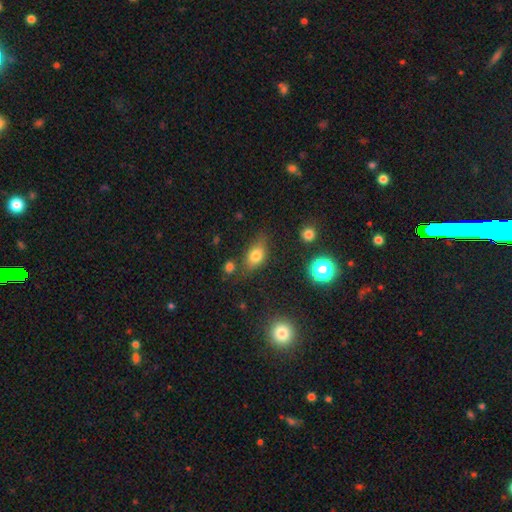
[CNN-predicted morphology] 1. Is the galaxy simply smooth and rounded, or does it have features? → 75% smooth, 13% featured or disk, 12% star or artifact.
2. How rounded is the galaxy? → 76% in between, 18% round, 5% cigar-shaped.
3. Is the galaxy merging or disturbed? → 69% none, 19% minor disturbance, 6% major disturbance, 6% merger.